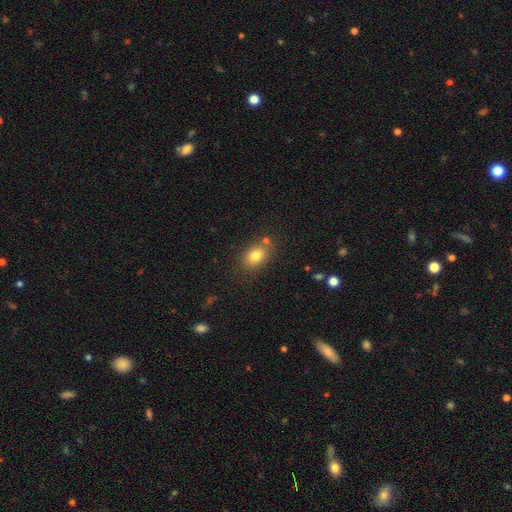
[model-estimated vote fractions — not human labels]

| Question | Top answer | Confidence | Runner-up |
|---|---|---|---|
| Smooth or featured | smooth | 79% | featured or disk (10%) |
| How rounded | in between | 76% | round (23%) |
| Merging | none | 74% | minor disturbance (13%) |